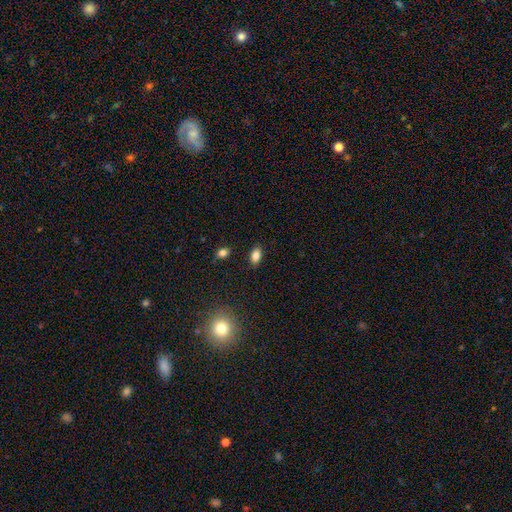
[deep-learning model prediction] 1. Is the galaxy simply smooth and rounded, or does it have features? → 84% smooth, 10% star or artifact, 5% featured or disk.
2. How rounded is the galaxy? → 89% in between, 8% round, 3% cigar-shaped.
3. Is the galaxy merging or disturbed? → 87% none, 9% minor disturbance, 2% major disturbance, 2% merger.